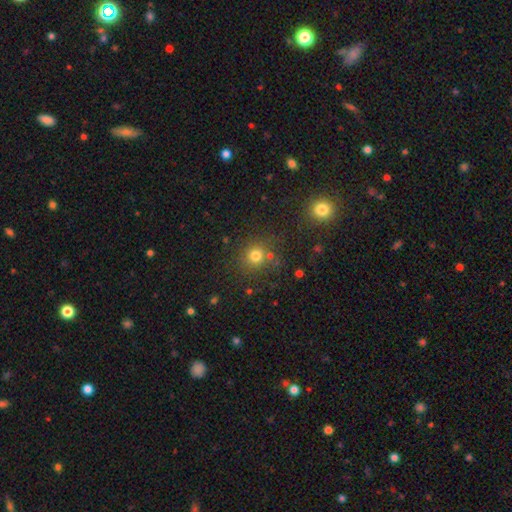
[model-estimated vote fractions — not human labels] Morphology: type=smooth (75%); roundness=round (89%); merging=none (76%).